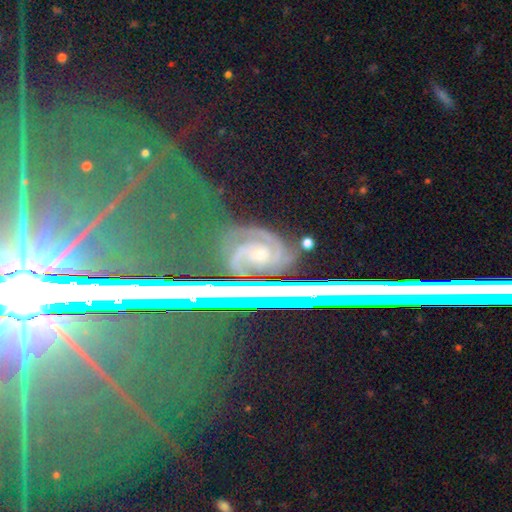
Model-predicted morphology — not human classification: Q: Smooth or featured?
A: star or artifact (50%); runner-up: featured or disk (38%)